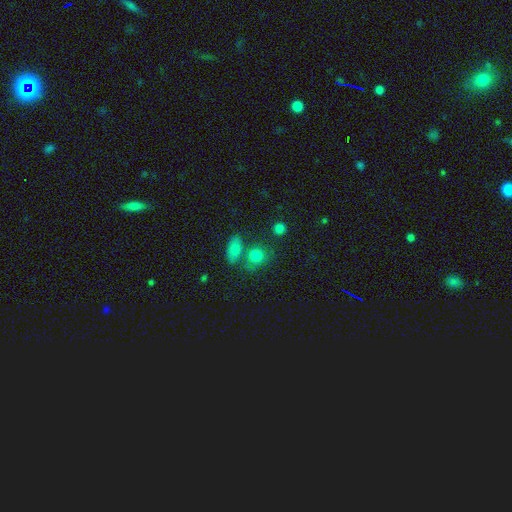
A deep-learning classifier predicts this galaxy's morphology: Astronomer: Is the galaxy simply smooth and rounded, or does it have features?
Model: smooth — 80%.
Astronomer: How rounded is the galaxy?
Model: round — 71%.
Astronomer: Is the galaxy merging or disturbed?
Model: none — 57%.